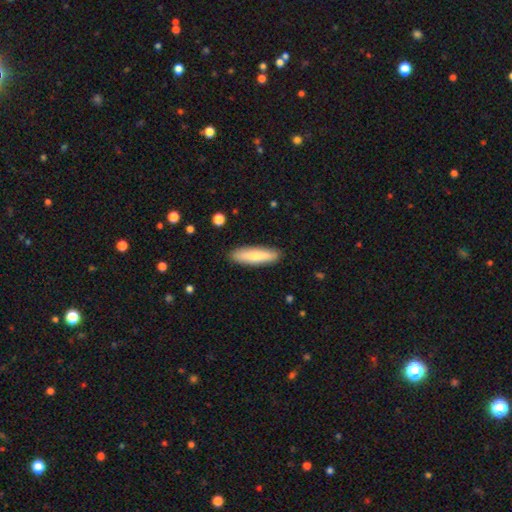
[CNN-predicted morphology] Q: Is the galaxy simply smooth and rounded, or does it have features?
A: smooth — 70%.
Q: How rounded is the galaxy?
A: cigar-shaped — 70%.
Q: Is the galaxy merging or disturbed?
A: none — 89%.